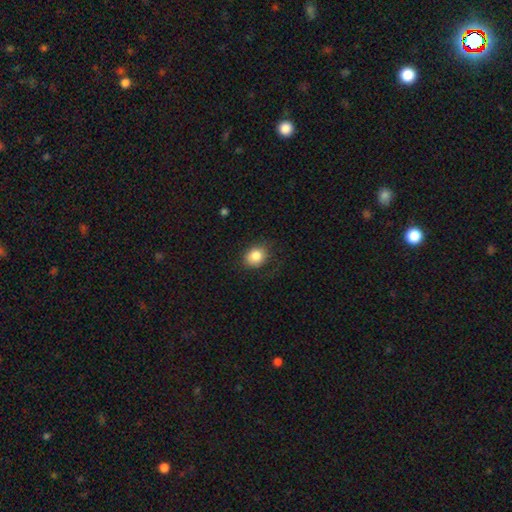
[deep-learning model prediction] smooth_or_featured: smooth (p=0.85) [alt: star or artifact p=0.09]
how_rounded: round (p=0.55) [alt: in between p=0.44]
merging: none (p=0.78) [alt: minor disturbance p=0.16]